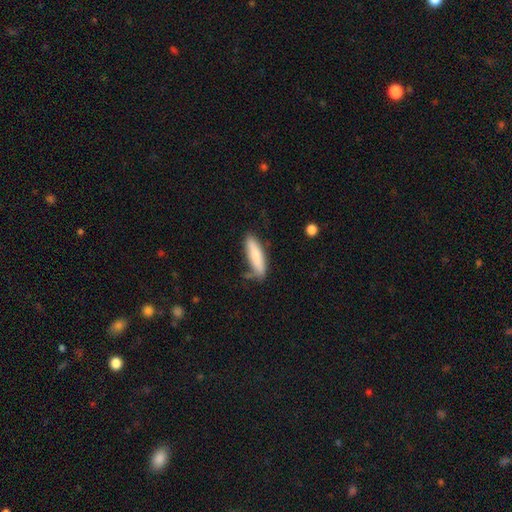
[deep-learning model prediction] Smooth or featured?
  - smooth: 79% *
  - featured or disk: 16%
  - star or artifact: 6%
How rounded?
  - cigar-shaped: 70% *
  - in between: 29%
  - round: 2%
Merging?
  - none: 62% *
  - minor disturbance: 26%
  - major disturbance: 8%
  - merger: 5%